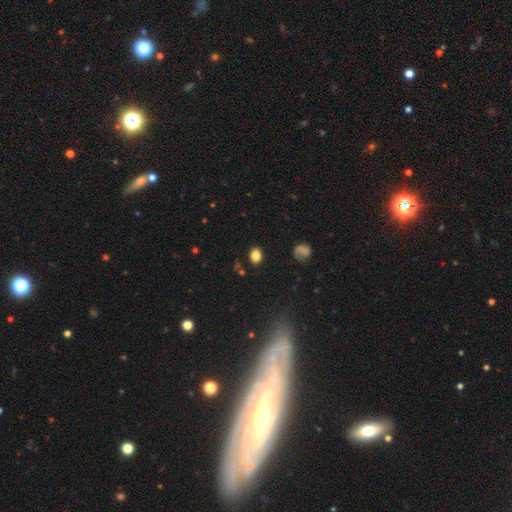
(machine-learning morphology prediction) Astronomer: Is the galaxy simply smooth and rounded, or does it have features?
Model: smooth — 82%.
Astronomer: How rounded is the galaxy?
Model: in between — 70%.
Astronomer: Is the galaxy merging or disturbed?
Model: none — 86%.